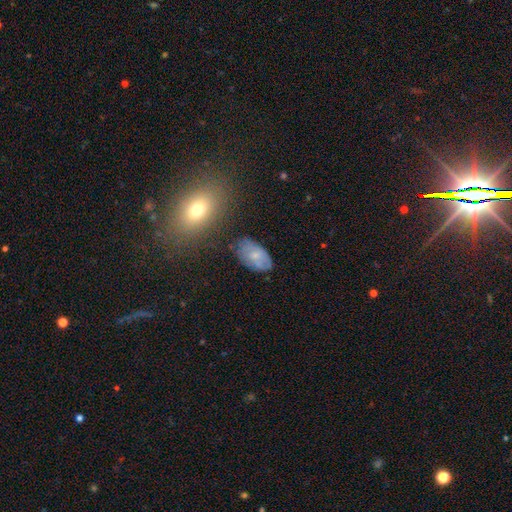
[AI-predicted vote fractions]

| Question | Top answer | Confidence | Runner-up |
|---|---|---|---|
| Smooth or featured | smooth | 61% | featured or disk (31%) |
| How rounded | in between | 92% | round (6%) |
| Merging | none | 66% | minor disturbance (23%) |